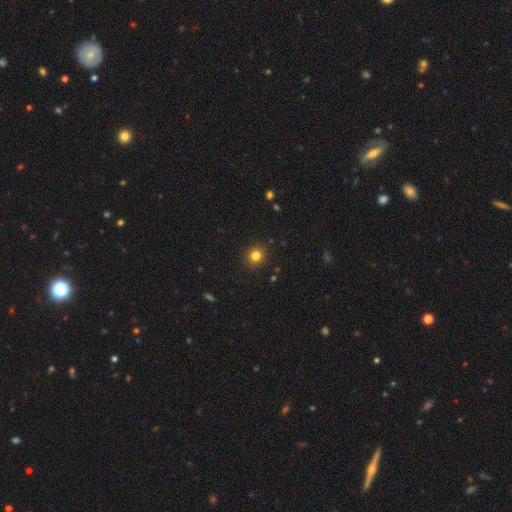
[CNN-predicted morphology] A smooth galaxy with no disk features (81%) that is round (87%). Merging: none (90%).